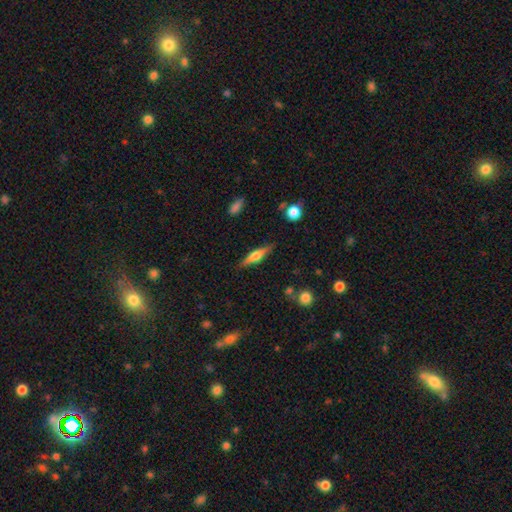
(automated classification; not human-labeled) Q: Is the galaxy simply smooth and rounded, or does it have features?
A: featured or disk — 58%.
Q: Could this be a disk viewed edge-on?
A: yes — 95%.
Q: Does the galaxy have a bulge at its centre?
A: rounded — 89%.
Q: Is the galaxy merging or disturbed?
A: none — 87%.